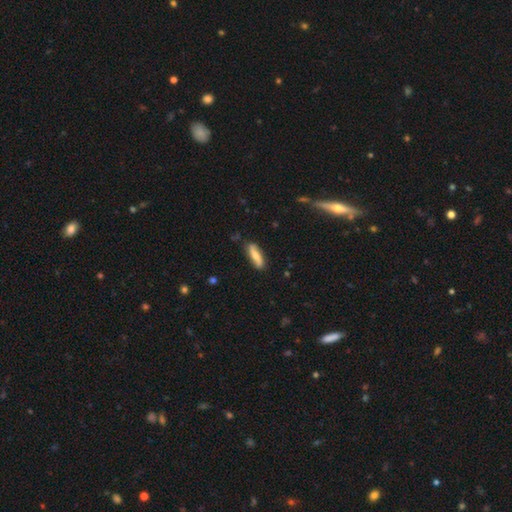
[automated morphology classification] type=smooth (63%); roundness=cigar-shaped (61%); merging=none (82%).